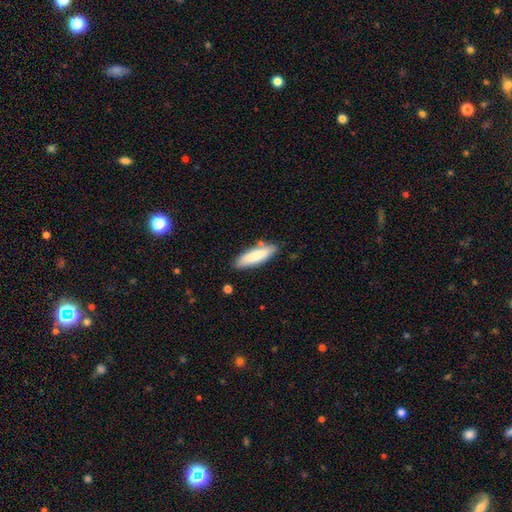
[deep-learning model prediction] A smooth galaxy with no disk features (81%) that is cigar-shaped (65%). Merging: none (80%).